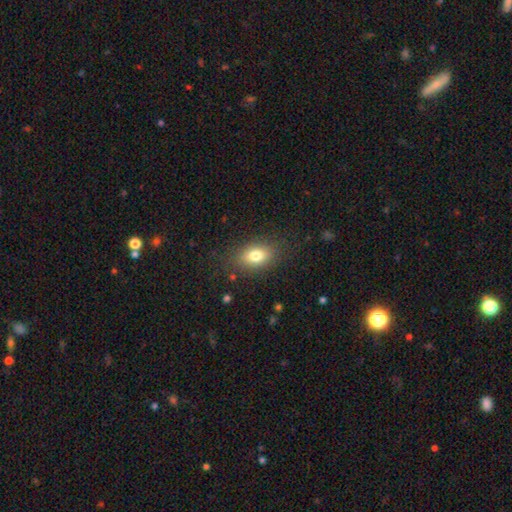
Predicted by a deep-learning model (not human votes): Smooth or featured: smooth — 78% (featured or disk — 12%)
How rounded: in between — 82% (round — 15%)
Merging: none — 83% (minor disturbance — 11%)